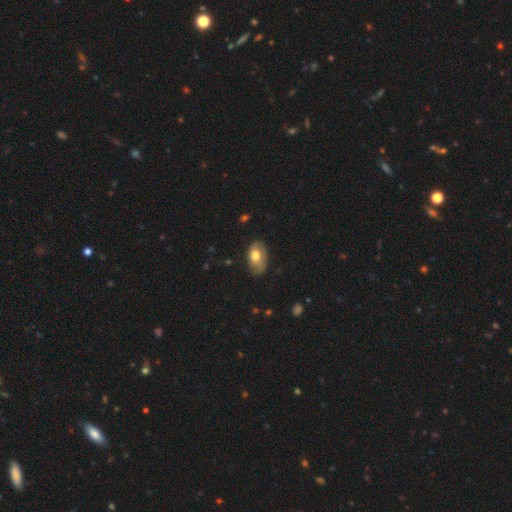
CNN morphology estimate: Smooth or featured? Predicted: smooth (p=0.66). How rounded? Predicted: in between (p=0.90). Merging? Predicted: none (p=0.63).